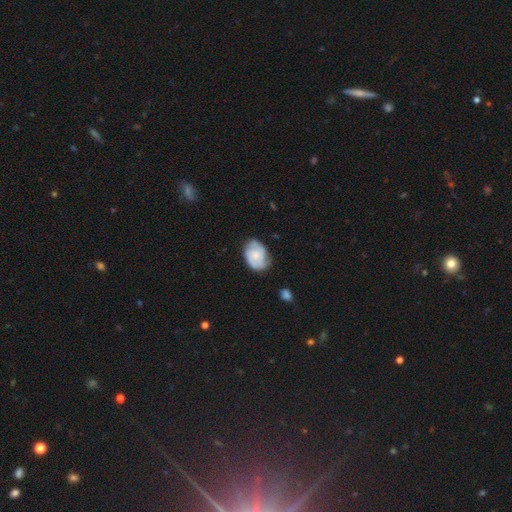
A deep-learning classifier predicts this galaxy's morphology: This is possibly a smooth galaxy (47%). Merging: likely none (61%).